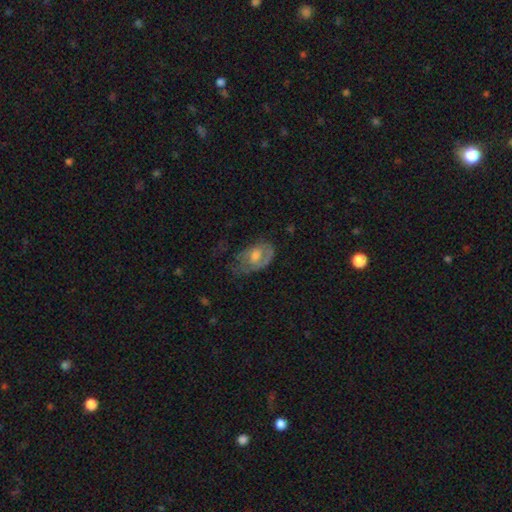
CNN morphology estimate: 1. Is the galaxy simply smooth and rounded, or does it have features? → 55% featured or disk, 37% smooth, 9% star or artifact.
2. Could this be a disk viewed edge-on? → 94% no, 6% yes.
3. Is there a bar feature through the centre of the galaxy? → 67% no, 28% weak, 5% strong.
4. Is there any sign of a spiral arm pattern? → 57% yes, 43% no.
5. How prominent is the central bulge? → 57% moderate, 22% small, 13% large, 6% none, 1% dominant.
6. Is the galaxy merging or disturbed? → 40% none, 29% major disturbance, 29% minor disturbance, 2% merger.